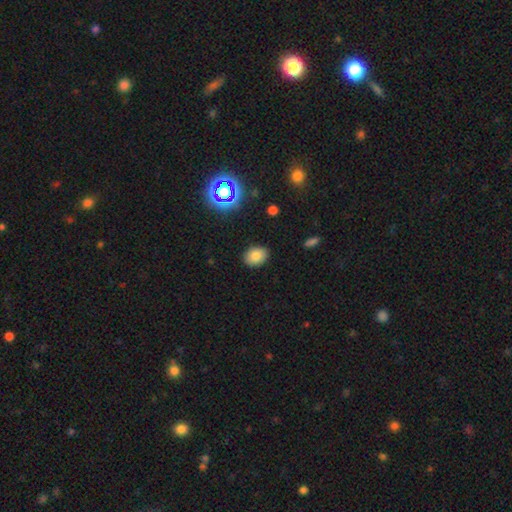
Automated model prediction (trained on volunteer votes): The model was most divided on "how rounded": in between: 66%, round: 33%, cigar-shaped: 1%. More confident: merging — none (87%); smooth or featured — smooth (80%).